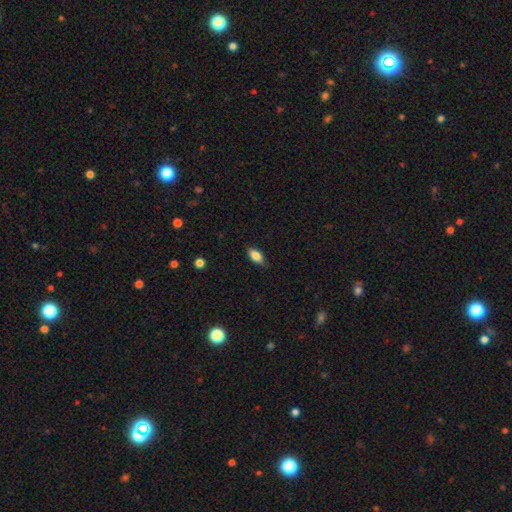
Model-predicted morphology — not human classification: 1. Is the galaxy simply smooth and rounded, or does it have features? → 78% smooth, 14% featured or disk, 8% star or artifact.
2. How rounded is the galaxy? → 86% in between, 10% cigar-shaped, 4% round.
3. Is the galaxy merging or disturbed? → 84% none, 13% minor disturbance, 2% major disturbance, 1% merger.